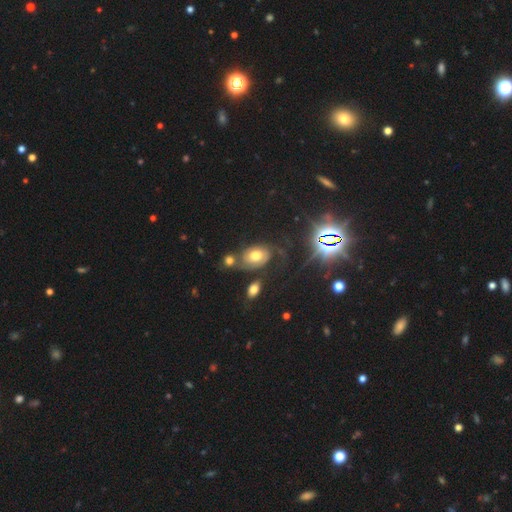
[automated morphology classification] Q: Smooth or featured?
A: smooth (41%); runner-up: featured or disk (39%)
Q: Merging?
A: none (53%); runner-up: minor disturbance (19%)